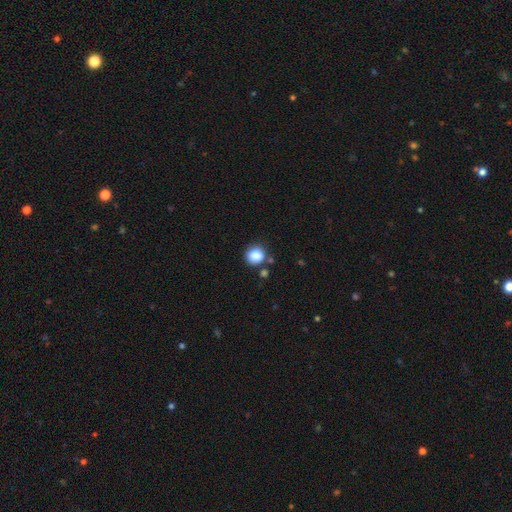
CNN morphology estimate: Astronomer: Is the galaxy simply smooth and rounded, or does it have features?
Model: smooth — 86%.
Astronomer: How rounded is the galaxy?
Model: round — 82%.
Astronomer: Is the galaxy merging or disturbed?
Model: none — 73%.